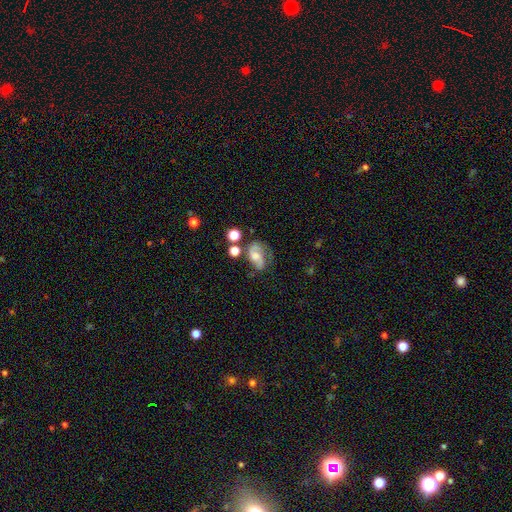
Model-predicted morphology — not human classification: smooth-or-featured: featured or disk: 56% | smooth: 33% | star or artifact: 11%
  disk-edge-on: no: 97% | yes: 3%
    bar: no: 57% | weak: 33% | strong: 10%
    has-spiral-arms: yes: 83% | no: 17%
    bulge-size: moderate: 36% | small: 30% | none: 19% | large: 12% | dominant: 3%
  merging: none: 39% | minor disturbance: 26% | major disturbance: 23% | merger: 12%